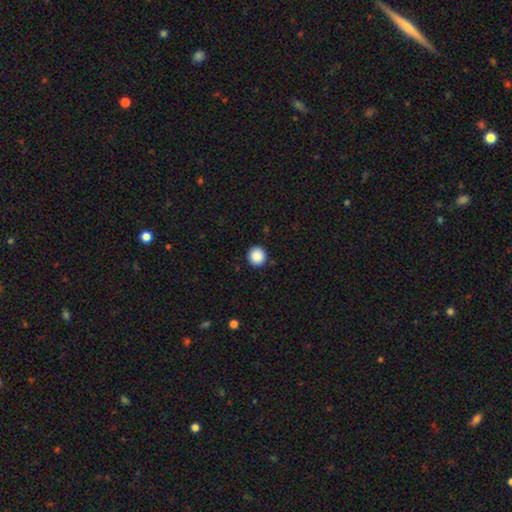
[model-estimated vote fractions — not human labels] Smooth or featured? Predicted: smooth (p=0.89). How rounded? Predicted: round (p=0.95). Merging? Predicted: none (p=0.91).